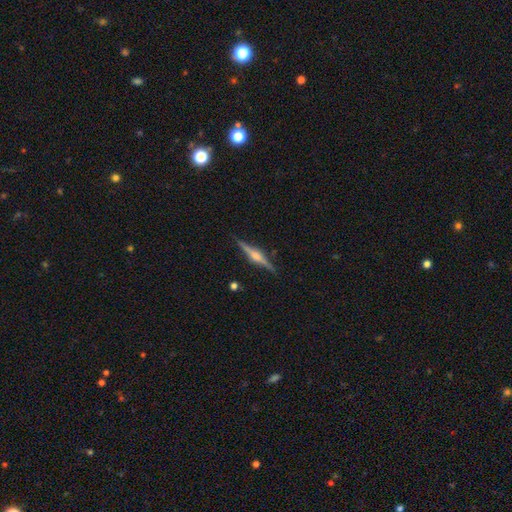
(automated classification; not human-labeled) smooth-or-featured: featured or disk: 81% | smooth: 13% | star or artifact: 6%
  disk-edge-on: yes: 98% | no: 2%
    edge-on-bulge: rounded: 88% | boxy: 9% | none: 3%
  merging: none: 89% | minor disturbance: 8% | major disturbance: 2% | merger: 1%